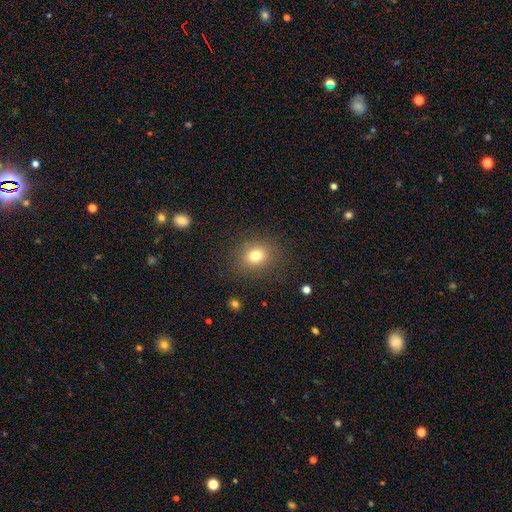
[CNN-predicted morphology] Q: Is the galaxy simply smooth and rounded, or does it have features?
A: smooth — 78%.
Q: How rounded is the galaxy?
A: round — 61%.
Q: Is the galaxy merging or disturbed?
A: none — 85%.